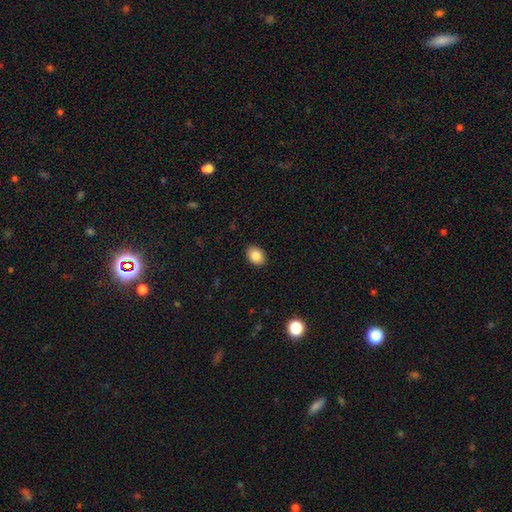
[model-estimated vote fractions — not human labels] A smooth galaxy with no disk features (85%) that is in between round and cigar-shaped (66%). Merging: none (90%).